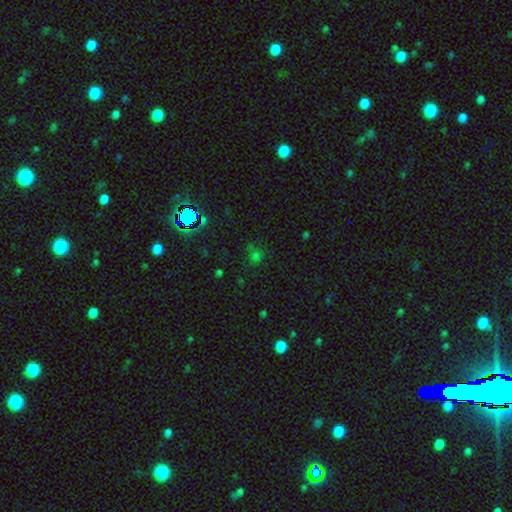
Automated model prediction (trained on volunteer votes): Q: Smooth or featured?
A: smooth (49%); runner-up: star or artifact (43%)
Q: Merging?
A: none (72%); runner-up: minor disturbance (14%)